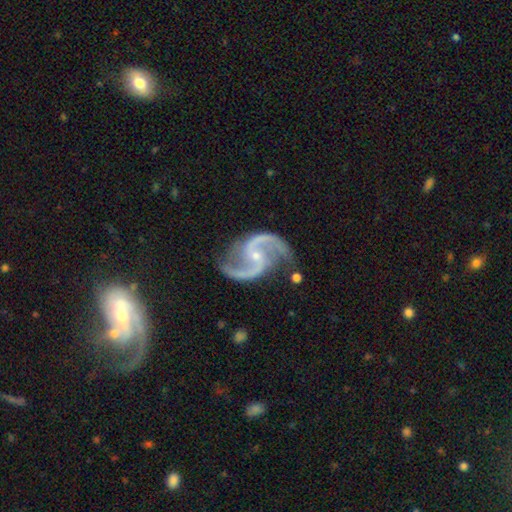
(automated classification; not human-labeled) The model was most divided on "spiral winding": medium: 47%, loose: 44%, tight: 9%. Remaining: spiral arms — yes (99%); edge-on disk — no (98%); spiral arm count — 2 (94%); smooth or featured — featured or disk (94%); bulge size — small (75%); merging — none (74%); bar — no (46%).